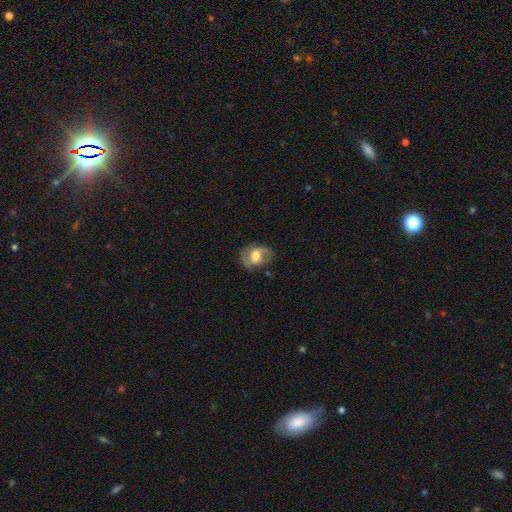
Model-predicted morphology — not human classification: type=featured or disk (51%); edge-on=no (95%); merging=none (72%).